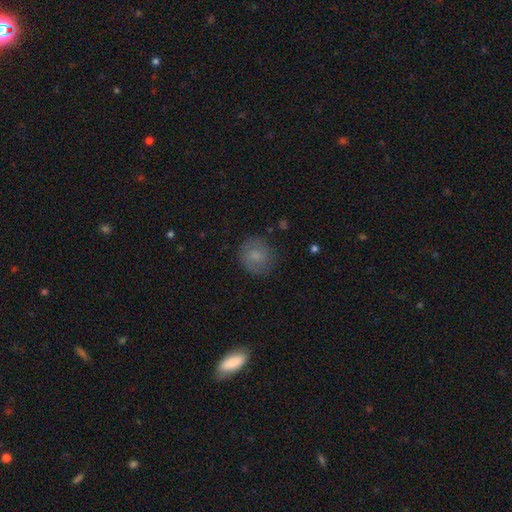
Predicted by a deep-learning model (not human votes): This appears to be a smooth galaxy with no disk features (75%) that is round (85%). Merging: none (79%).